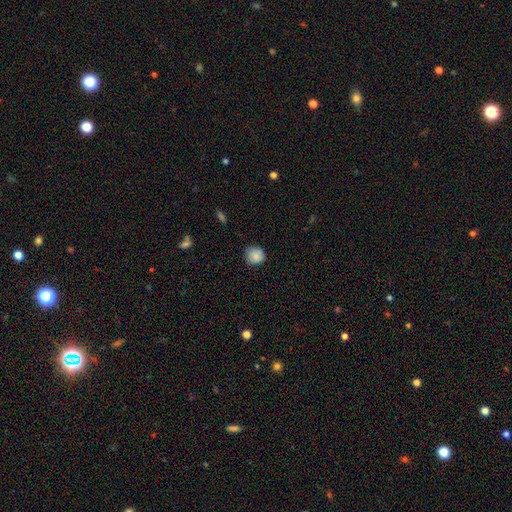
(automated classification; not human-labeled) Overall: smooth (86%). How rounded: round (87%). Merging: none (78%).